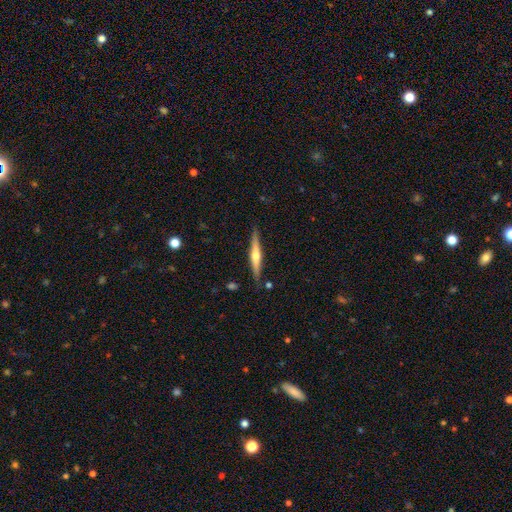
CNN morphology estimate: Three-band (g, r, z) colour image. It shows a featured or disk galaxy (64%) viewed edge-on (97%) with a rounded central bulge (87%). Merging: none (86%).